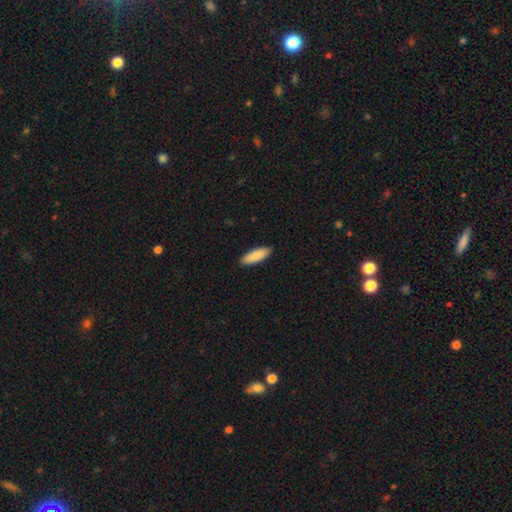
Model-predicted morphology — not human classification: Smooth or featured?
  - smooth: 89% *
  - featured or disk: 6%
  - star or artifact: 5%
How rounded?
  - in between: 60% *
  - cigar-shaped: 38%
  - round: 2%
Merging?
  - none: 91% *
  - minor disturbance: 7%
  - major disturbance: 1%
  - merger: 1%